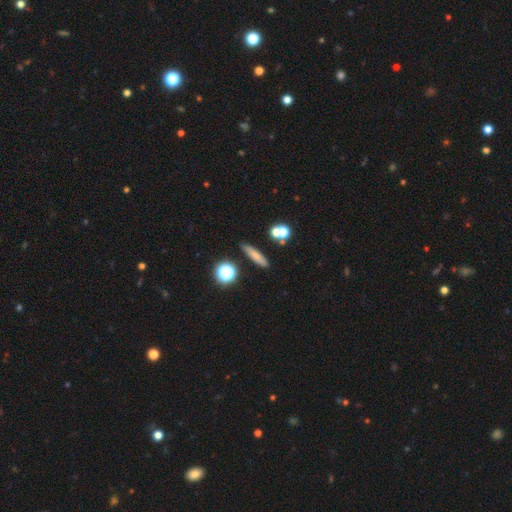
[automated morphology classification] This is likely a smooth galaxy (69%). How rounded: likely cigar-shaped (74%). Merging: clearly none (82%).